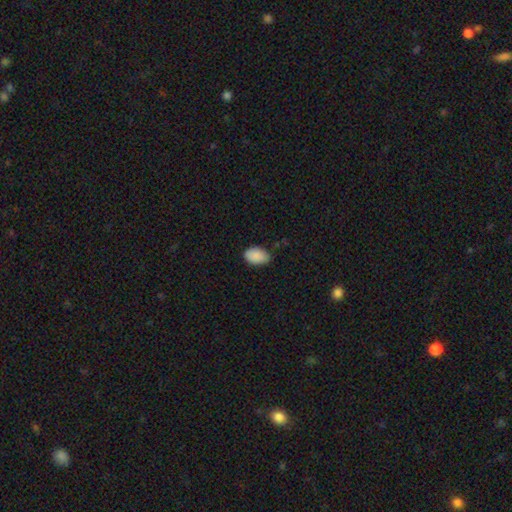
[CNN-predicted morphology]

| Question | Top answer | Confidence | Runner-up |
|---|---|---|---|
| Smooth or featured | smooth | 89% | star or artifact (7%) |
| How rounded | in between | 89% | round (10%) |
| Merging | none | 74% | minor disturbance (22%) |